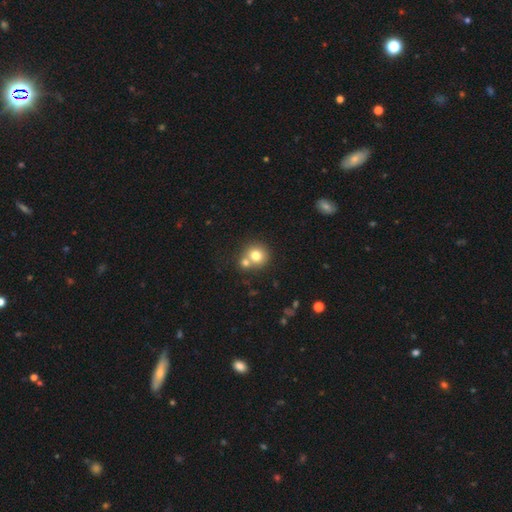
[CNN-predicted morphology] Q: Smooth or featured?
A: smooth (76%); runner-up: featured or disk (13%)
Q: How rounded?
A: round (88%); runner-up: in between (11%)
Q: Merging?
A: none (51%); runner-up: merger (40%)